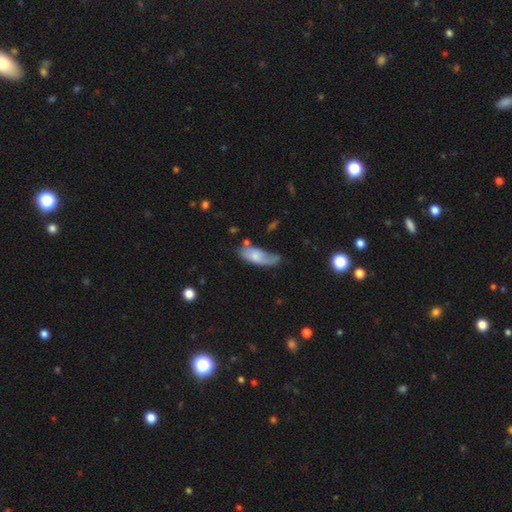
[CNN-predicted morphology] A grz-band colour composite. It shows a smooth galaxy with no disk features (61%) that is in between round and cigar-shaped (79%). Merging: none (35%).